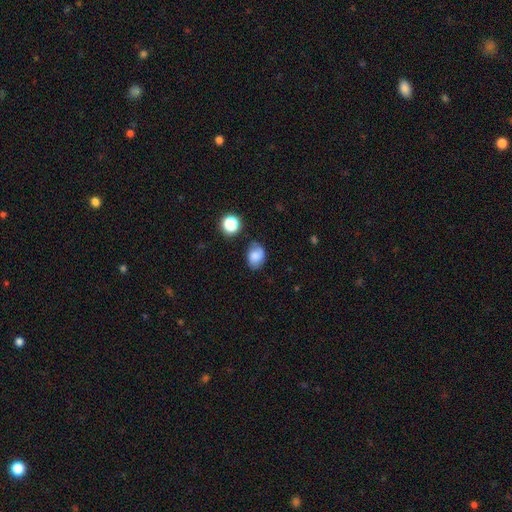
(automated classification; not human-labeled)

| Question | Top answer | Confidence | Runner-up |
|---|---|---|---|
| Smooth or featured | smooth | 74% | featured or disk (15%) |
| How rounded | in between | 68% | round (31%) |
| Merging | none | 66% | minor disturbance (25%) |